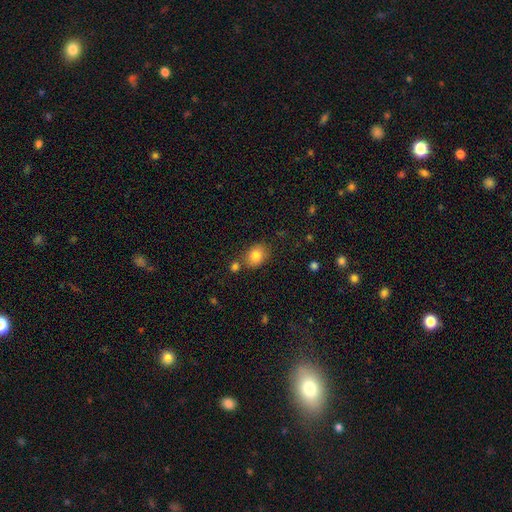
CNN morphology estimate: Smooth or featured? smooth (81%)
How rounded? in between (50%)
Merging? none (73%)